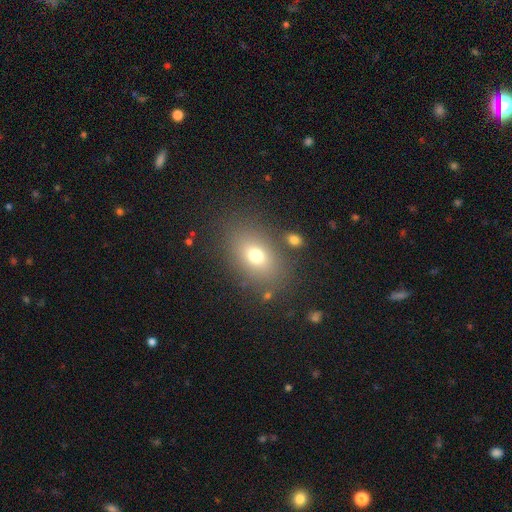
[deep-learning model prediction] Smooth or featured: smooth — 72% (featured or disk — 14%)
How rounded: in between — 76% (round — 23%)
Merging: none — 79% (minor disturbance — 10%)